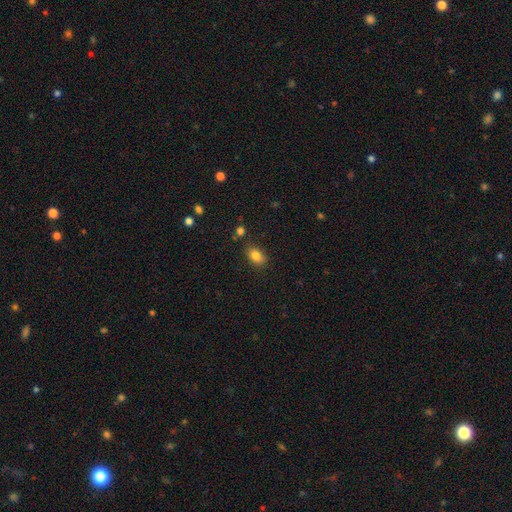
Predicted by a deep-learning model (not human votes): This appears to be a smooth galaxy with no disk features (83%) that is in between round and cigar-shaped (83%). Merging: none (82%).